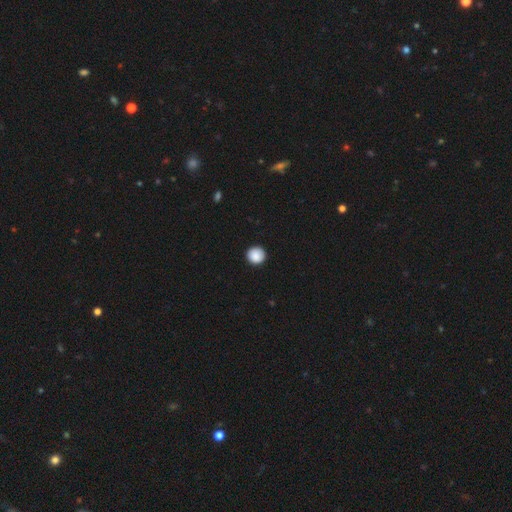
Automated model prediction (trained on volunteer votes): Morphology: type=smooth (89%); roundness=round (94%); merging=none (92%).